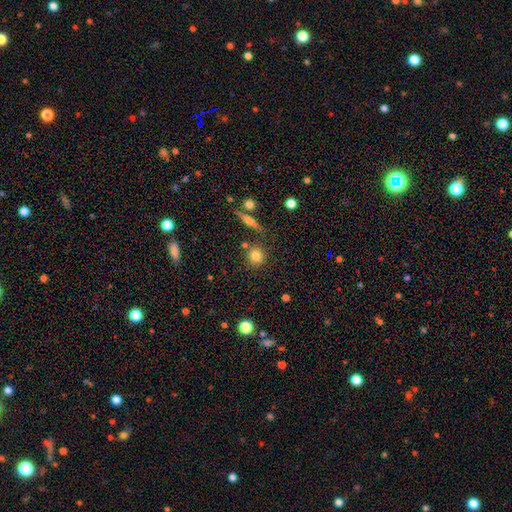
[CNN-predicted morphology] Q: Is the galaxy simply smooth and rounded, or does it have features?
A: smooth — 80%.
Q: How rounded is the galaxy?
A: round — 86%.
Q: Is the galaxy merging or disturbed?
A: none — 78%.